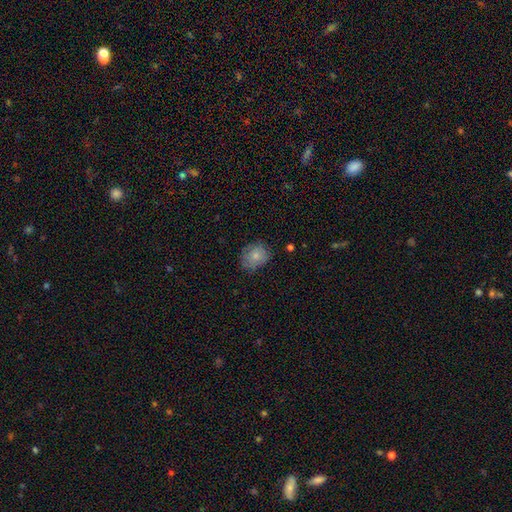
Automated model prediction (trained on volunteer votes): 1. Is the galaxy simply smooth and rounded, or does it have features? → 77% smooth, 15% featured or disk, 8% star or artifact.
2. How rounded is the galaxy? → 59% round, 40% in between, 1% cigar-shaped.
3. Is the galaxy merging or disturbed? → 73% none, 21% minor disturbance, 5% major disturbance, 1% merger.